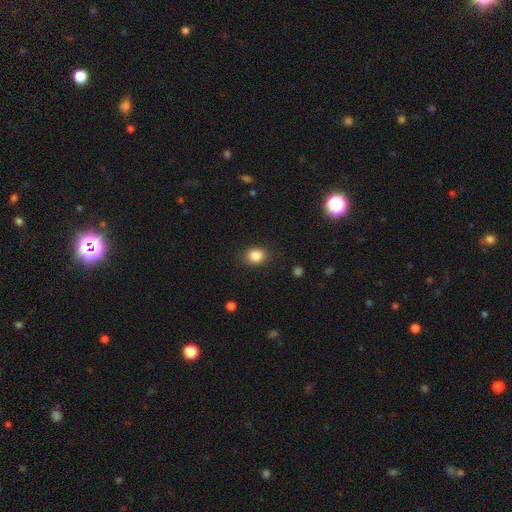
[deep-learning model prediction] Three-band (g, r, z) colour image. It shows a smooth galaxy with no disk features (85%) that is round (54%). Merging: none (84%).